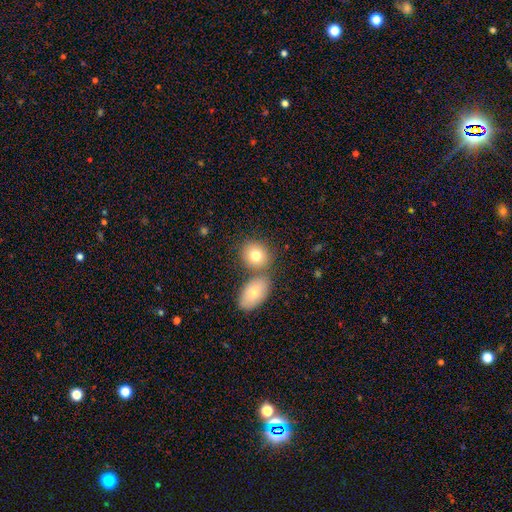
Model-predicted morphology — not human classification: The model was most divided on "merging": none: 57%, merger: 31%, minor disturbance: 9%, major disturbance: 3%. More confident: smooth or featured — smooth (76%); how rounded — round (67%).